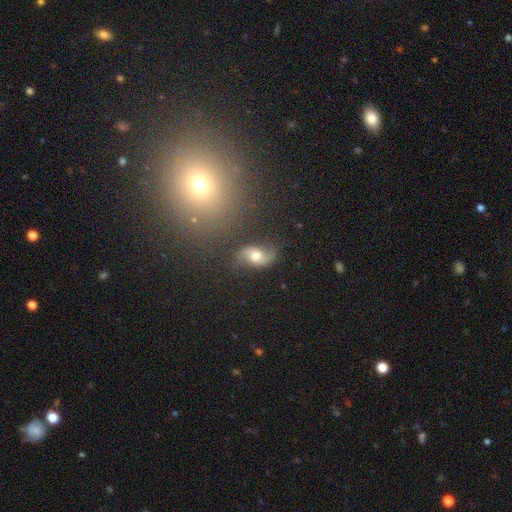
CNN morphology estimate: smooth_or_featured: featured or disk (p=0.54) [alt: smooth p=0.35]
disk_edge_on: no (p=0.95) [alt: yes p=0.05]
bar: no (p=0.66) [alt: weak p=0.26]
has_spiral_arms: yes (p=0.82) [alt: no p=0.18]
bulge_size: moderate (p=0.70) [alt: small p=0.14]
merging: none (p=0.72) [alt: minor disturbance p=0.17]